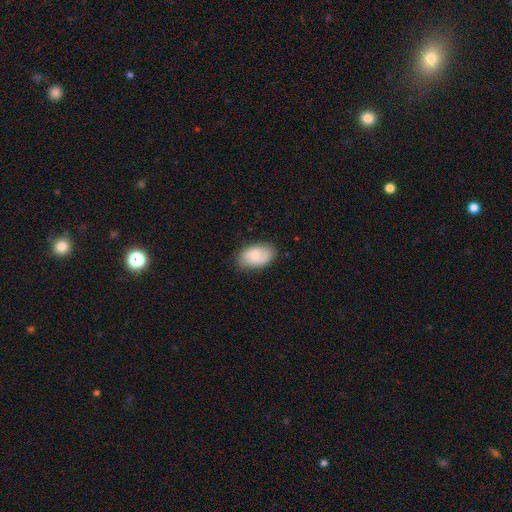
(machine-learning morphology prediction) Smooth or featured: smooth — 71% (featured or disk — 22%)
How rounded: in between — 92% (round — 7%)
Merging: none — 82% (minor disturbance — 14%)